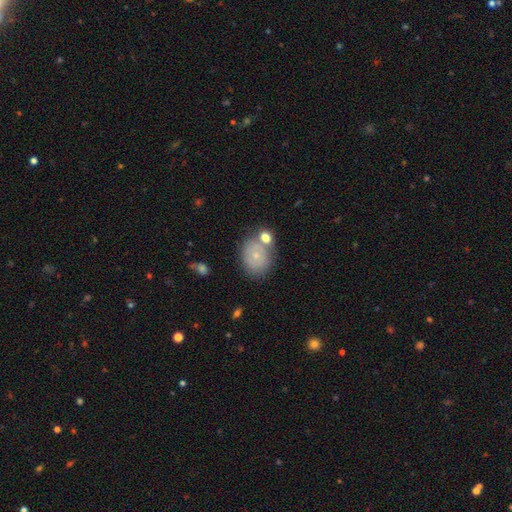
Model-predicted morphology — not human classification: Overall: smooth (56%; featured or disk 35%). How rounded: round (52%; in between 47%). Merging: none (57%; merger 20%).